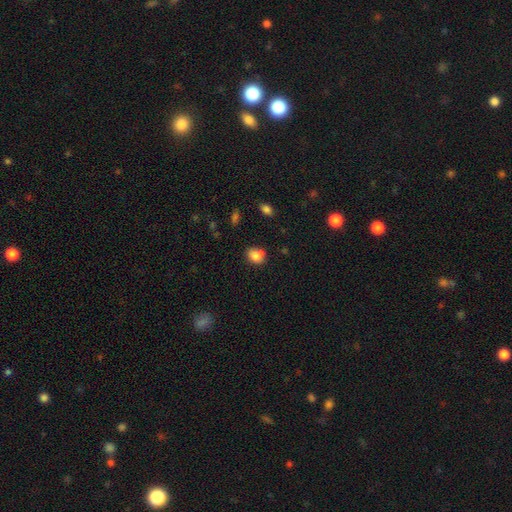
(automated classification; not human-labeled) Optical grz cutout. It shows a smooth galaxy with no disk features (84%) that is round (50%). Merging: none (74%).